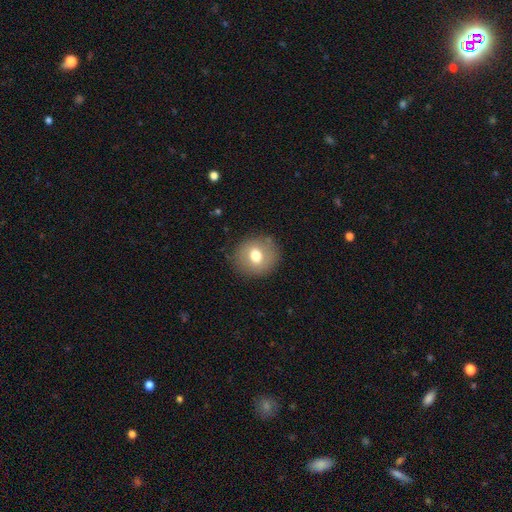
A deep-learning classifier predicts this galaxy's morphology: This is likely a smooth galaxy (71%). How rounded: clearly round (83%). Merging: clearly none (85%).